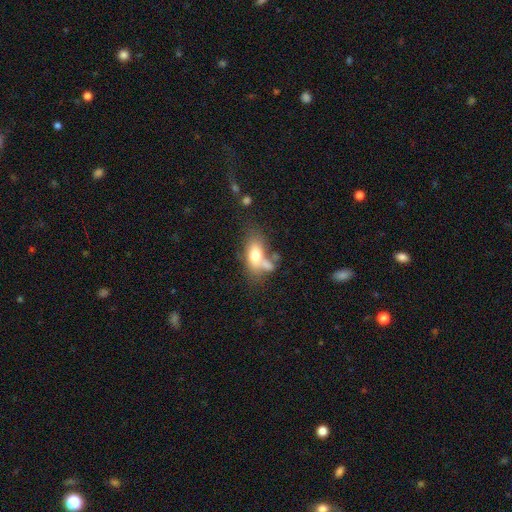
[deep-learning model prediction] This is likely a smooth galaxy (69%). How rounded: clearly in between (84%). Merging: marginally none (35%).